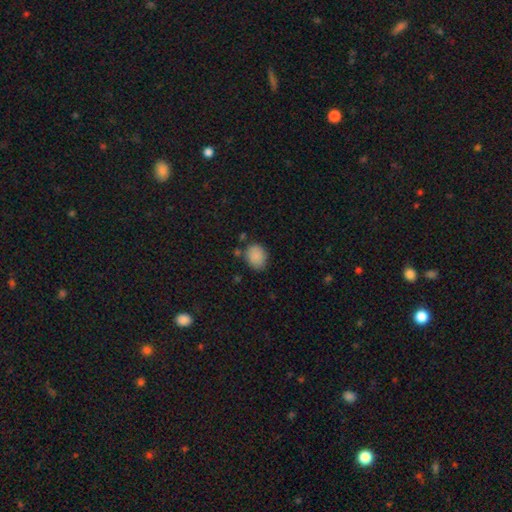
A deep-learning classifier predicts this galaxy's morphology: Smooth or featured? smooth (87%)
How rounded? in between (52%)
Merging? none (74%)